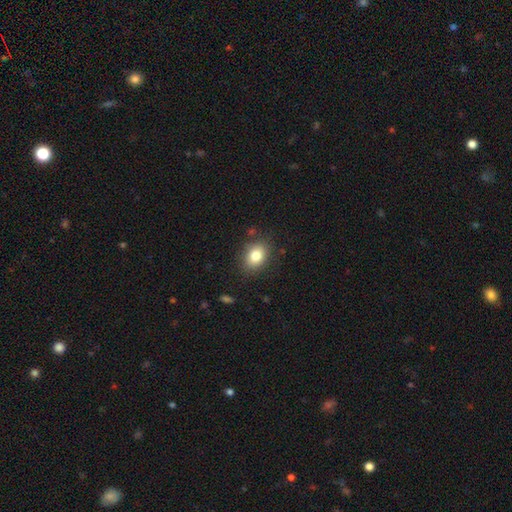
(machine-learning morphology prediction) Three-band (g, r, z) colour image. It shows a smooth galaxy with no disk features (81%) that is in between round and cigar-shaped (67%). Merging: none (83%).